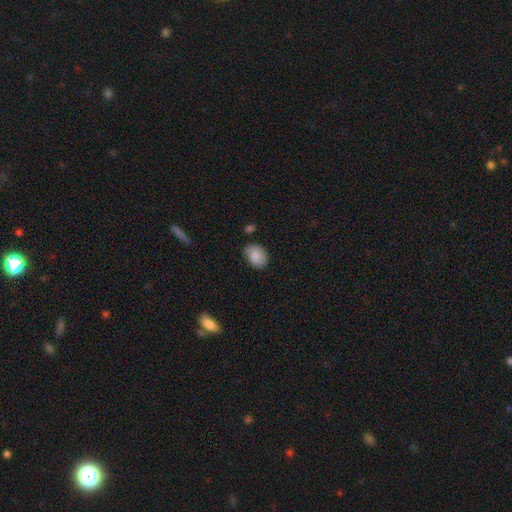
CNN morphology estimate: smooth-or-featured: smooth: 81% | featured or disk: 11% | star or artifact: 8%
  how-rounded: in between: 69% | round: 30% | cigar-shaped: 1%
  merging: none: 66% | minor disturbance: 26% | major disturbance: 5% | merger: 3%